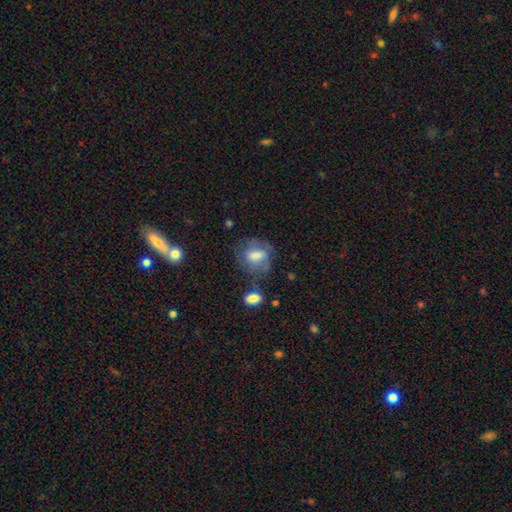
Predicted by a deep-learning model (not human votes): This appears to be a smooth galaxy with no disk features (58%) that is in between round and cigar-shaped (60%). Merging: none (56%).